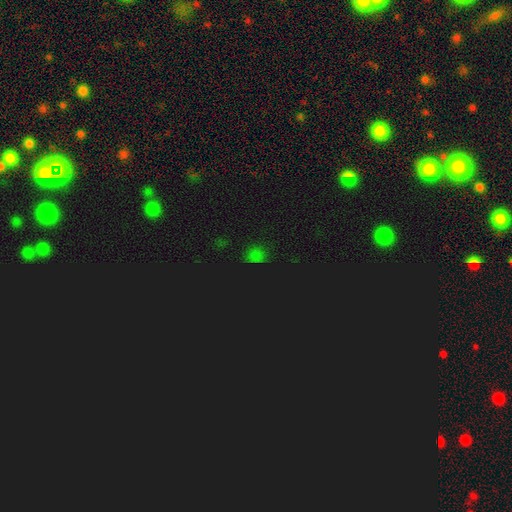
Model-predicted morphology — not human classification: Smooth or featured? Predicted: star or artifact (p=0.50).